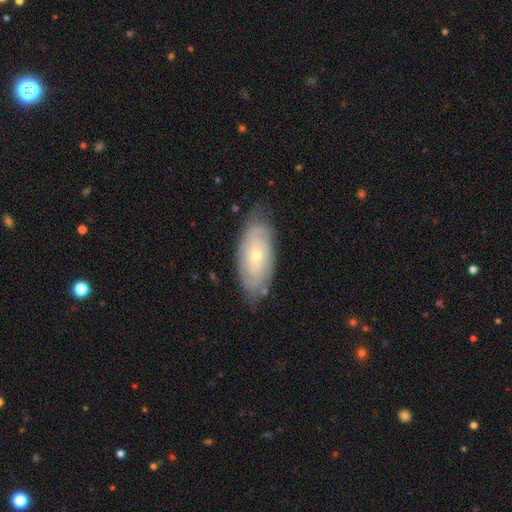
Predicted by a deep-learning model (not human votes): Overall: featured or disk (74%). Edge-on disk: no (91%). Bar: no (77%). Spiral arms: yes (90%). Spiral arm count: can't tell (45%; 2 25%). Spiral winding: tight (70%). Bulge size: small (65%; moderate 33%). Merging: none (77%).